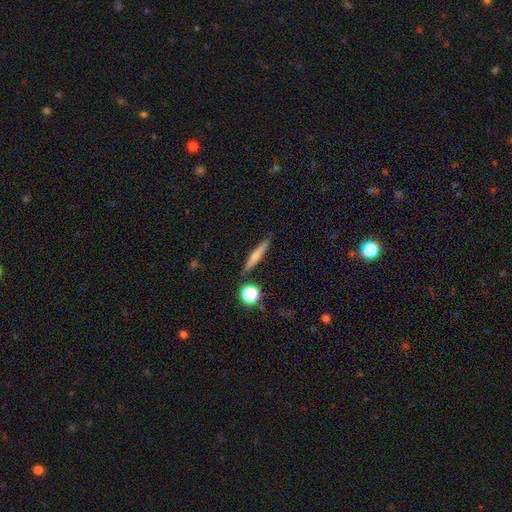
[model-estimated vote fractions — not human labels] Morphology: type=smooth (59%); roundness=cigar-shaped (90%); merging=none (86%).